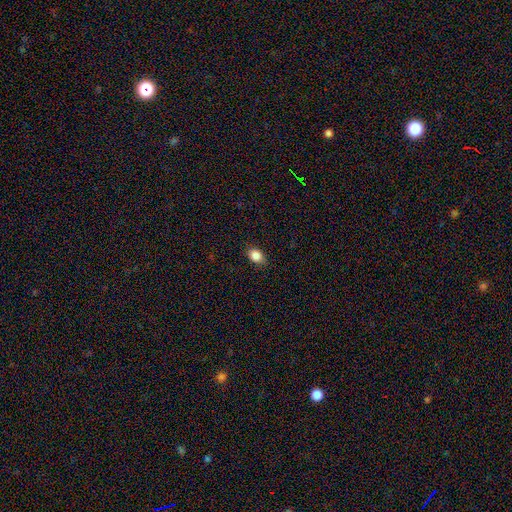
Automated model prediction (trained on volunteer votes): Morphology: type=smooth (86%); roundness=in between (66%); merging=none (83%).